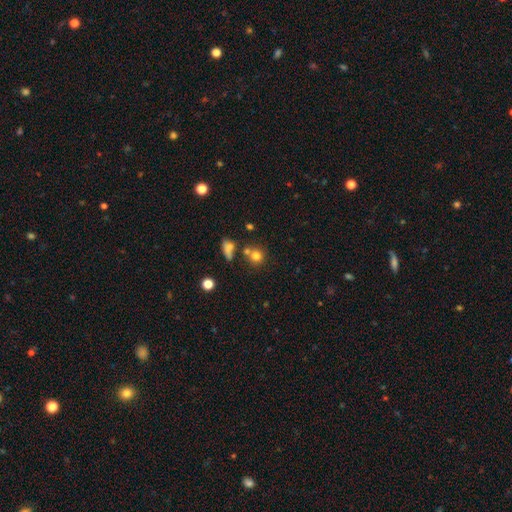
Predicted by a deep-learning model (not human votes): Smooth or featured?
  - smooth: 76% *
  - star or artifact: 14%
  - featured or disk: 10%
How rounded?
  - round: 87% *
  - in between: 11%
  - cigar-shaped: 1%
Merging?
  - none: 61% *
  - merger: 24%
  - minor disturbance: 10%
  - major disturbance: 5%